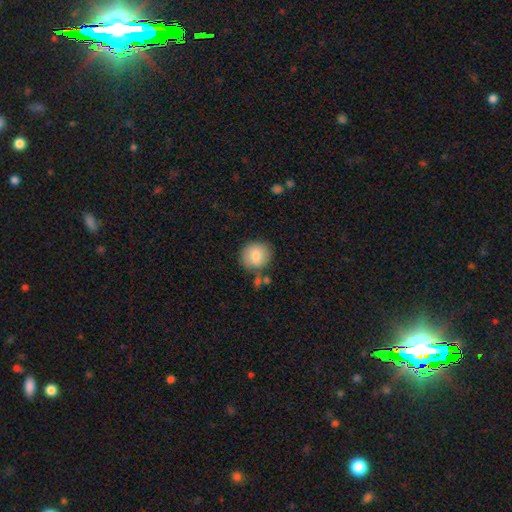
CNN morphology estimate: Smooth or featured: smooth — 80% (featured or disk — 13%)
How rounded: round — 87% (in between — 12%)
Merging: none — 74% (minor disturbance — 14%)